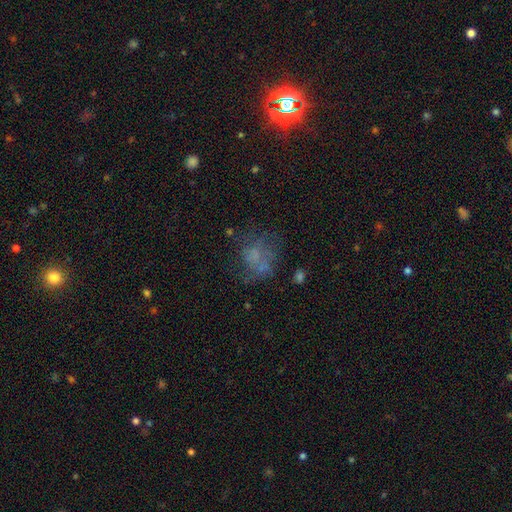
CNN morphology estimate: This is marginally a smooth galaxy (40%). Merging: possibly none (46%).